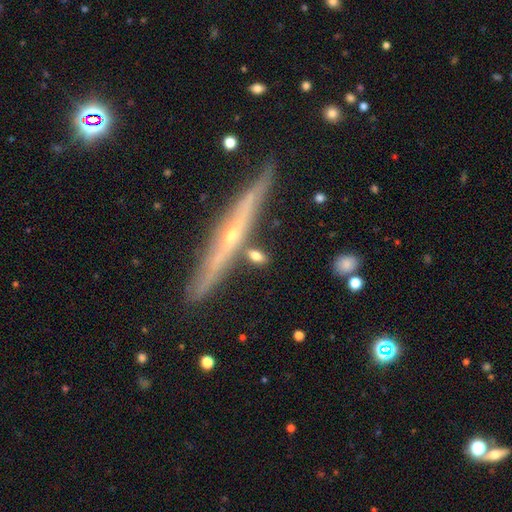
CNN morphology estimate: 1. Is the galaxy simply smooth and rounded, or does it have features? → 68% smooth, 23% featured or disk, 9% star or artifact.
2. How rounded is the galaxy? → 63% in between, 24% cigar-shaped, 13% round.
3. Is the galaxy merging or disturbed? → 76% none, 12% minor disturbance, 9% merger, 3% major disturbance.